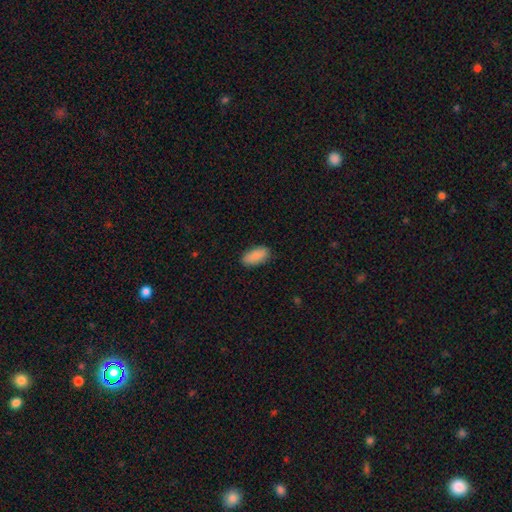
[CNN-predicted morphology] This is clearly a smooth galaxy (90%). How rounded: clearly in between (90%). Merging: clearly none (87%).